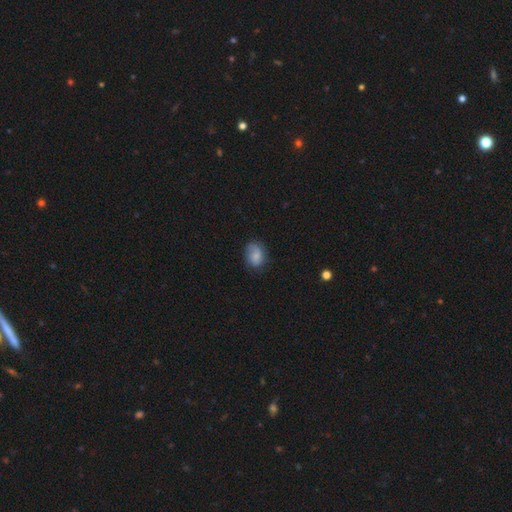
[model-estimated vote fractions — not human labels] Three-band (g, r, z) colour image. It shows a smooth galaxy with no disk features (70%) that is in between round and cigar-shaped (66%). Merging: none (60%).